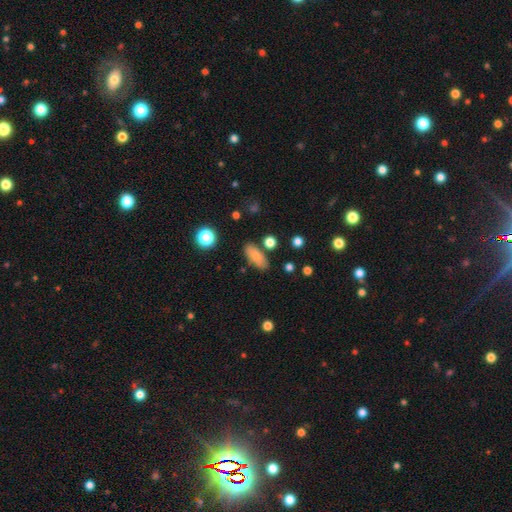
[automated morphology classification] smooth 82%, featured or disk 9%, star or artifact 9%. Down the decision tree: how rounded — in between (79%); merging — none (79%).